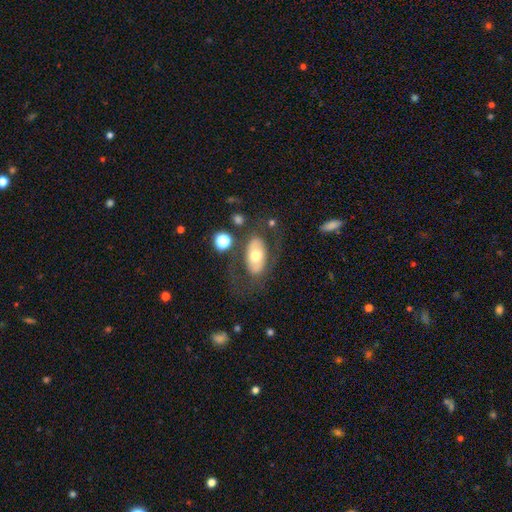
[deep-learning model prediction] Smooth or featured?
  - smooth: 48% *
  - featured or disk: 45%
  - star or artifact: 7%
Merging?
  - none: 66% *
  - minor disturbance: 15%
  - major disturbance: 14%
  - merger: 5%